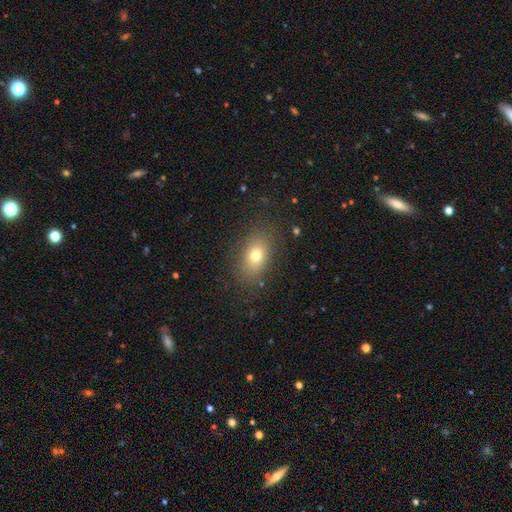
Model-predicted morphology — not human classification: smooth_or_featured: smooth (p=0.74) [alt: featured or disk p=0.13]
how_rounded: in between (p=0.78) [alt: round p=0.19]
merging: none (p=0.83) [alt: minor disturbance p=0.11]